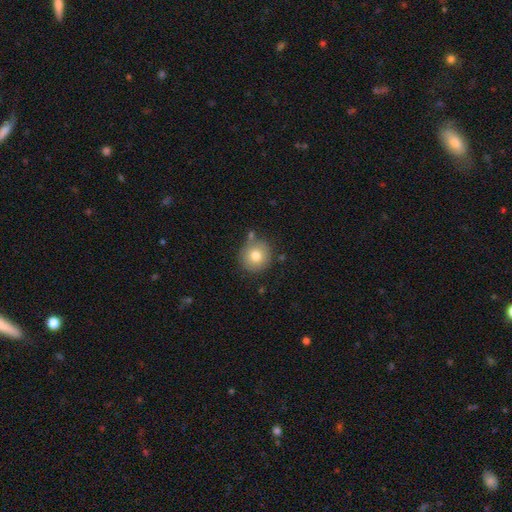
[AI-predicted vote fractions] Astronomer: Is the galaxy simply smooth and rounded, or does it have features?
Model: smooth — 77%.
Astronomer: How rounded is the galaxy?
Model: round — 91%.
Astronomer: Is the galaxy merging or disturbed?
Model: none — 76%.